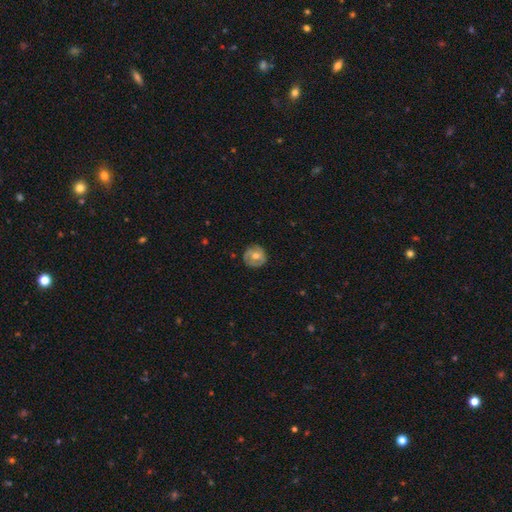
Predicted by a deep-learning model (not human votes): Smooth or featured?
  - smooth: 50% *
  - featured or disk: 42%
  - star or artifact: 8%
How rounded?
  - round: 89% *
  - in between: 10%
  - cigar-shaped: 1%
Merging?
  - none: 77% *
  - minor disturbance: 17%
  - major disturbance: 4%
  - merger: 1%